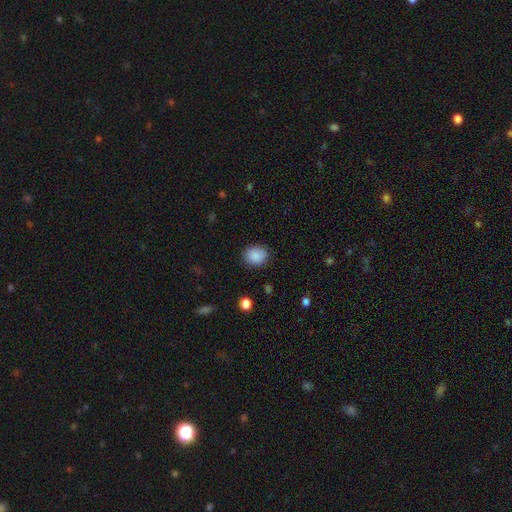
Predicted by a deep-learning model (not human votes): This is clearly a smooth galaxy (88%). How rounded: likely round (64%). Merging: clearly none (85%).